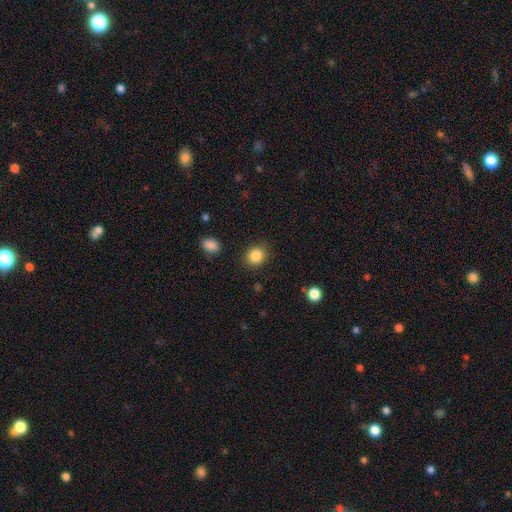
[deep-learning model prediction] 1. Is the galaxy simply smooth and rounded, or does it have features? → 86% smooth, 10% star or artifact, 4% featured or disk.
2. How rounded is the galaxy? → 77% round, 22% in between, 1% cigar-shaped.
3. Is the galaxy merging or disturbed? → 86% none, 9% minor disturbance, 3% major disturbance, 2% merger.